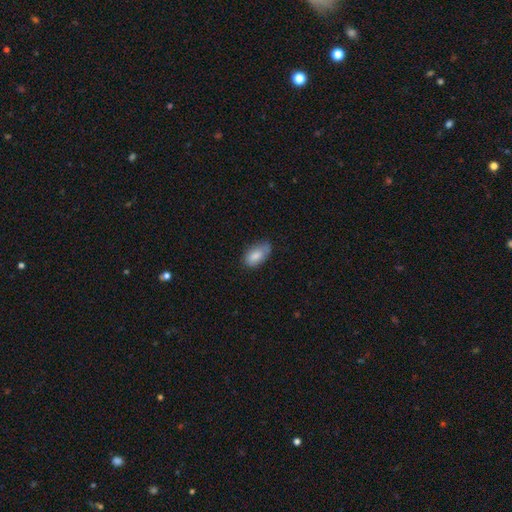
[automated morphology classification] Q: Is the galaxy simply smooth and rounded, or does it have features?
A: smooth — 83%.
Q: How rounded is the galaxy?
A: in between — 93%.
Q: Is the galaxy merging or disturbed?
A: none — 61%.